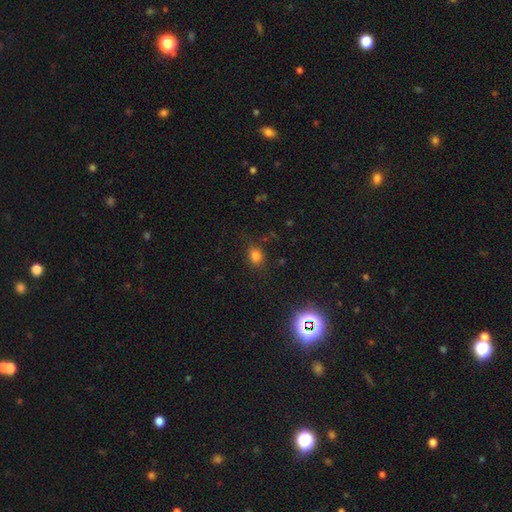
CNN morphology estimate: smooth 76%, star or artifact 17%, featured or disk 6%. Down the decision tree: how rounded — in between (52%); merging — none (78%).